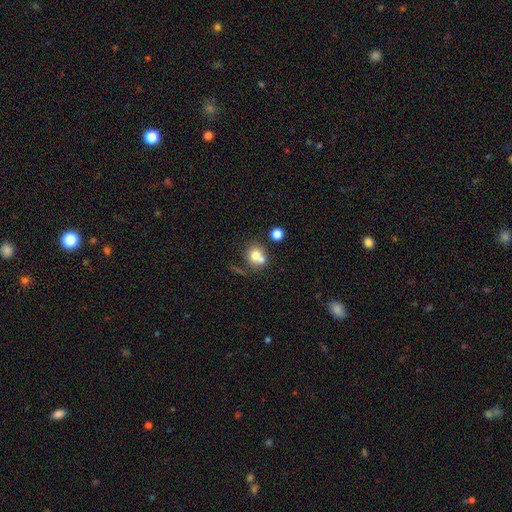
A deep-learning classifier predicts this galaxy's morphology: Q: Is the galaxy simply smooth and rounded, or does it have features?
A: smooth — 73%.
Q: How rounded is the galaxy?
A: round — 75%.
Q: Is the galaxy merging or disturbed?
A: merger — 43%.